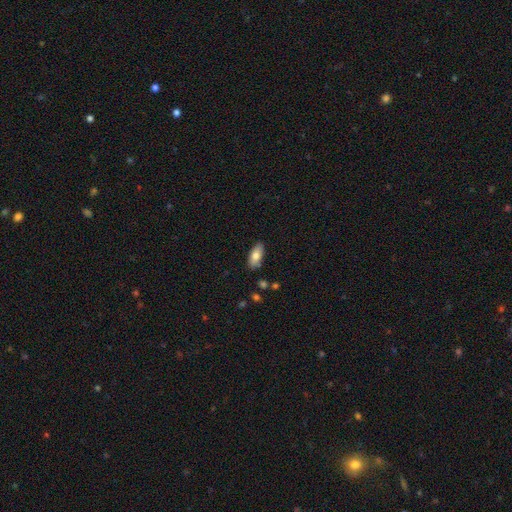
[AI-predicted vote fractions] Smooth or featured: smooth — 77% (featured or disk — 17%)
How rounded: in between — 86% (cigar-shaped — 12%)
Merging: none — 86% (minor disturbance — 10%)